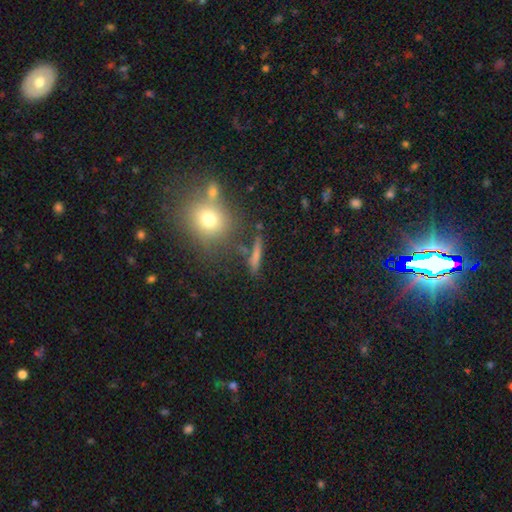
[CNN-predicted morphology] A smooth galaxy with no disk features (65%) that is cigar-shaped (79%).

Vote fractions:
- Smooth or featured? smooth: 65% / featured or disk: 22% / star or artifact: 13%
- How rounded? cigar-shaped: 79% / in between: 12% / round: 9%
- Merging? none: 76% / minor disturbance: 11% / merger: 8% / major disturbance: 5%